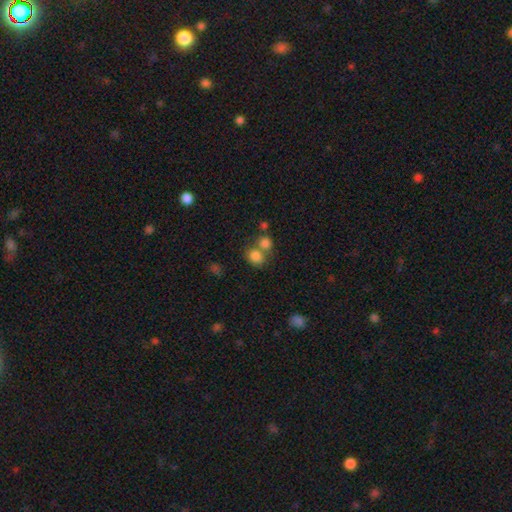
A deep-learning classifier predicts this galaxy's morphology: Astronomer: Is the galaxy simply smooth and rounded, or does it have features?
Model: smooth — 80%.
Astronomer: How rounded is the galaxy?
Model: round — 67%.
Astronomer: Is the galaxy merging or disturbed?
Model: none — 45% (runner-up: merger, 42%).